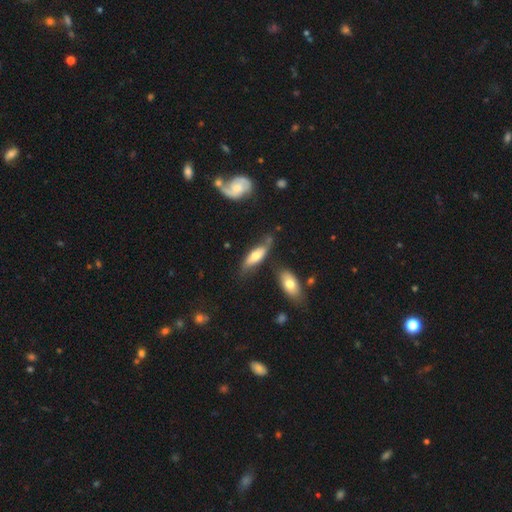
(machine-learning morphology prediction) Q: Smooth or featured?
A: smooth (60%); runner-up: featured or disk (33%)
Q: How rounded?
A: in between (62%); runner-up: cigar-shaped (36%)
Q: Merging?
A: none (56%); runner-up: minor disturbance (26%)